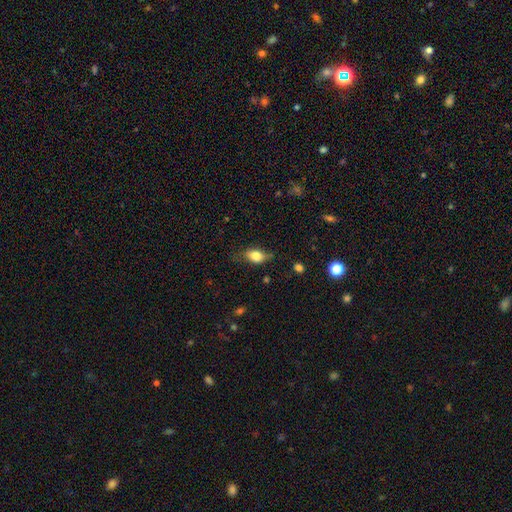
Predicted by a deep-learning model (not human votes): smooth-or-featured: smooth: 73% | featured or disk: 18% | star or artifact: 8%
  how-rounded: in between: 81% | round: 13% | cigar-shaped: 6%
  merging: none: 63% | minor disturbance: 27% | major disturbance: 8% | merger: 2%